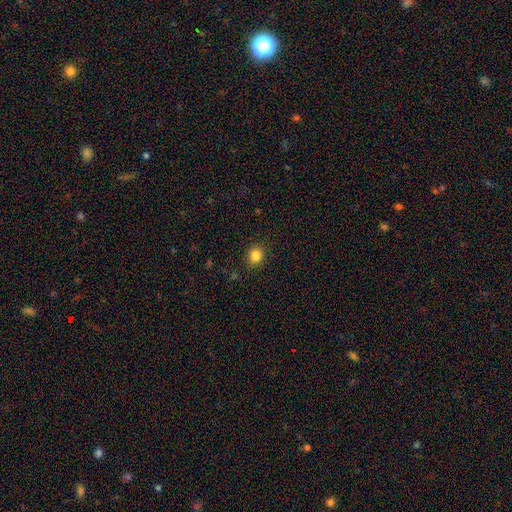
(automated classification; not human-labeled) This appears to be a smooth galaxy with no disk features (84%) that is round (80%). Merging: none (89%).